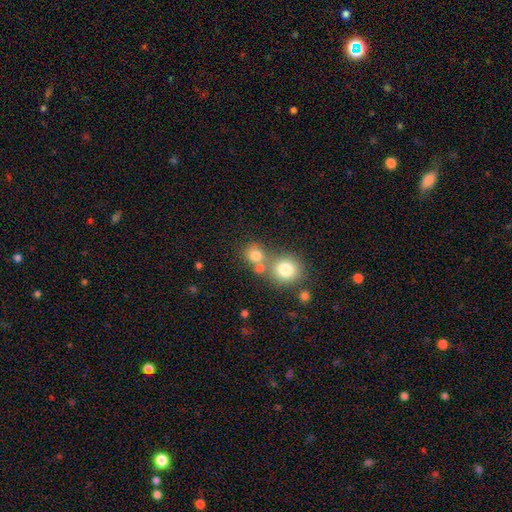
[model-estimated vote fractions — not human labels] Overall: smooth (77%). How rounded: round (82%). Merging: none (51%; merger 37%).